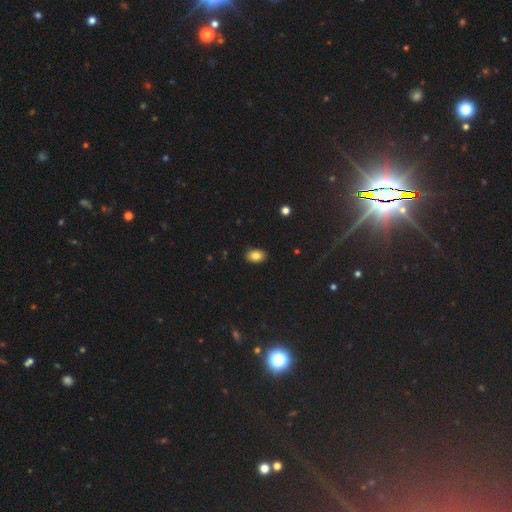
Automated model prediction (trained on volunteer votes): Smooth or featured: smooth — 84% (star or artifact — 10%)
How rounded: in between — 81% (round — 18%)
Merging: none — 88% (minor disturbance — 9%)